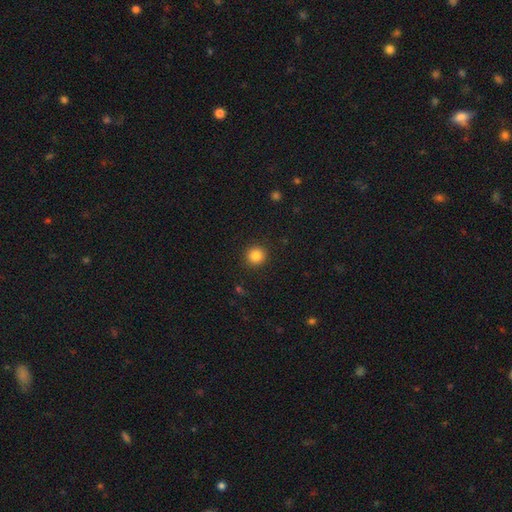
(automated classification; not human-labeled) This is clearly a smooth galaxy (85%). How rounded: clearly round (94%). Merging: clearly none (91%).